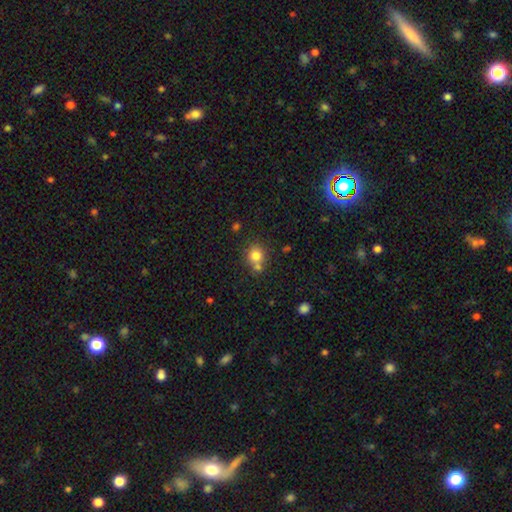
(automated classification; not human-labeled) Smooth or featured? Predicted: smooth (p=0.78). How rounded? Predicted: round (p=0.85). Merging? Predicted: none (p=0.57).